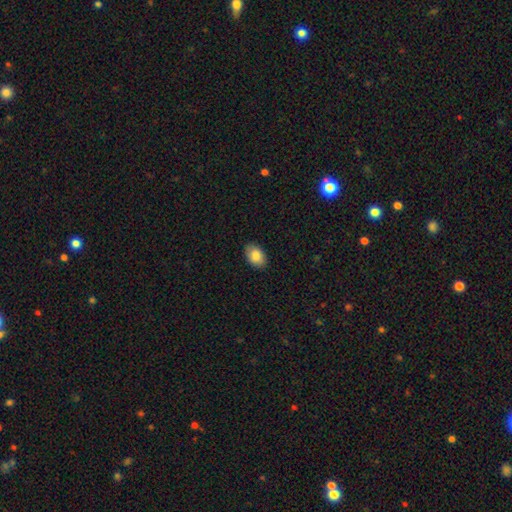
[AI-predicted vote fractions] smooth_or_featured: smooth (p=0.87) [alt: star or artifact p=0.07]
how_rounded: in between (p=0.90) [alt: round p=0.09]
merging: none (p=0.88) [alt: minor disturbance p=0.09]